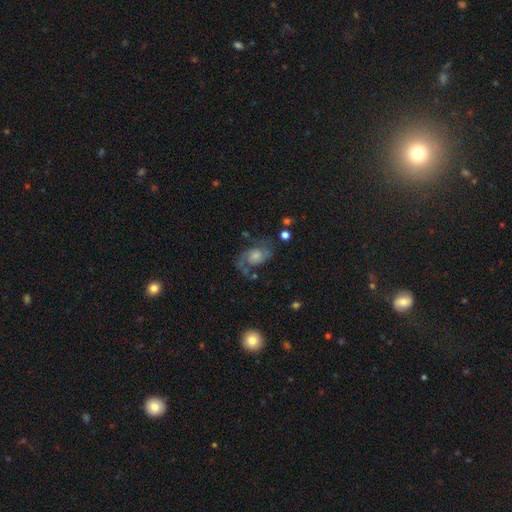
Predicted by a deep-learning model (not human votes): The model was most divided on "bulge size": small: 35%, moderate: 34%, large: 16%, none: 12%, dominant: 3%. Remaining: edge-on disk — no (97%); spiral arms — yes (87%); spiral arm count — 2 (78%); bar — no (73%); smooth or featured — featured or disk (66%); merging — none (49%); spiral winding — medium (43%).